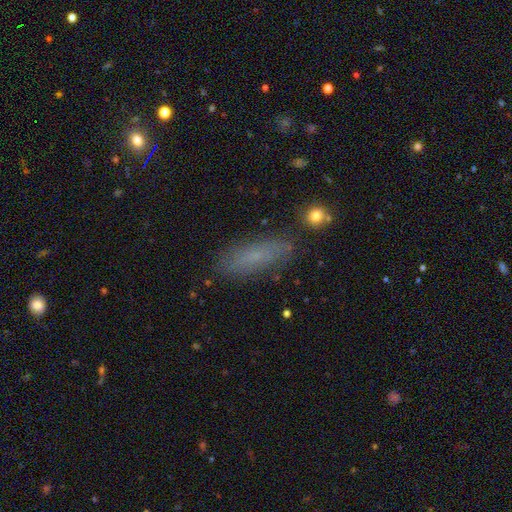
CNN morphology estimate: smooth_or_featured: smooth (p=0.66) [alt: featured or disk p=0.20]
how_rounded: cigar-shaped (p=0.53) [alt: in between p=0.44]
merging: none (p=0.79) [alt: minor disturbance p=0.15]